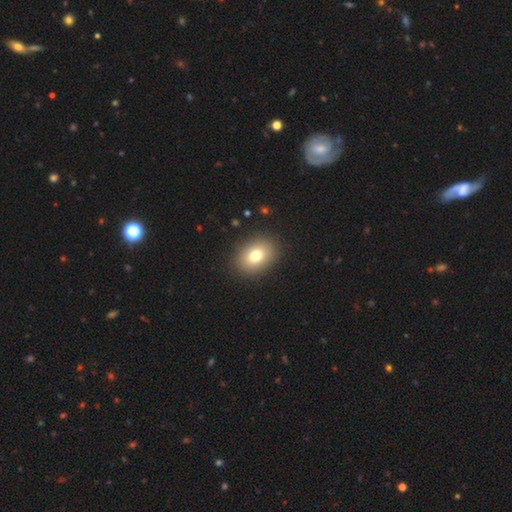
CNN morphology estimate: Smooth or featured?
  - smooth: 77% *
  - featured or disk: 13%
  - star or artifact: 10%
How rounded?
  - in between: 68% *
  - round: 31%
  - cigar-shaped: 1%
Merging?
  - none: 89% *
  - minor disturbance: 7%
  - major disturbance: 2%
  - merger: 1%